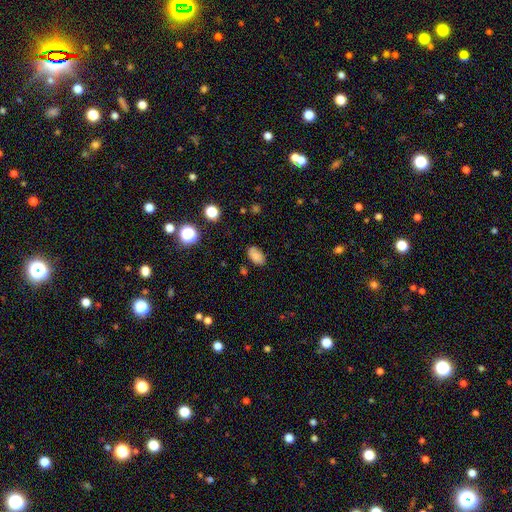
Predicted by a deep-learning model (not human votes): Smooth or featured: smooth — 81% (star or artifact — 11%)
How rounded: in between — 92% (round — 6%)
Merging: none — 80% (minor disturbance — 15%)